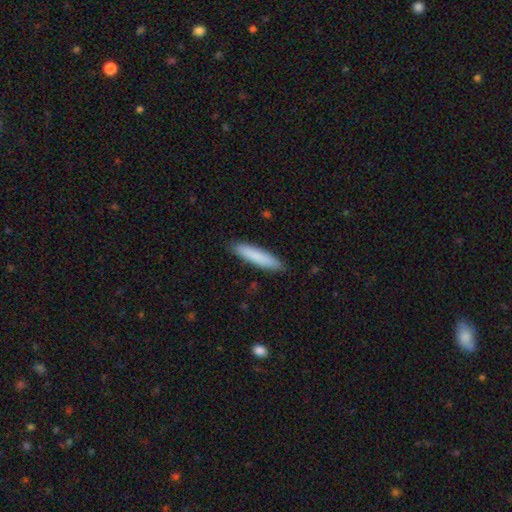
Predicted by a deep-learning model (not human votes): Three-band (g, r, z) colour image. It shows a smooth galaxy with no disk features (84%) that is cigar-shaped (88%). Merging: none (90%).